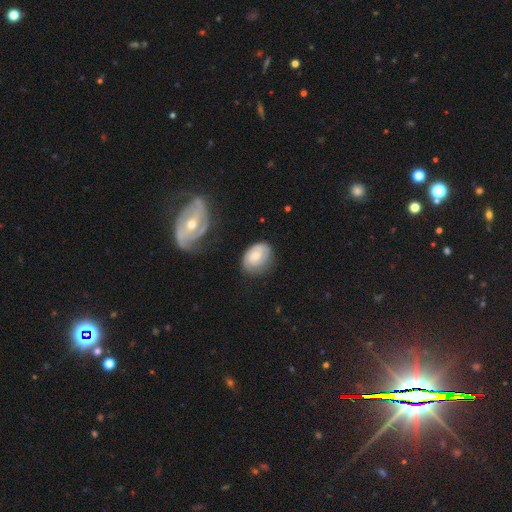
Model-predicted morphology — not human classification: A smooth galaxy with no disk features (58%) that is in between round and cigar-shaped (71%).

Vote fractions:
- Smooth or featured? smooth: 58% / featured or disk: 34% / star or artifact: 7%
- How rounded? in between: 71% / round: 28% / cigar-shaped: 1%
- Merging? none: 64% / minor disturbance: 25% / major disturbance: 8% / merger: 4%